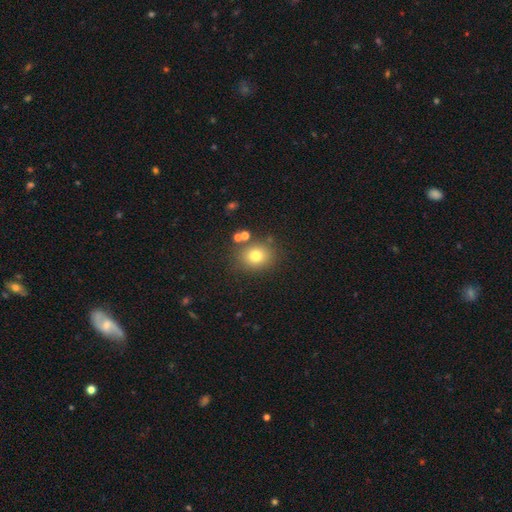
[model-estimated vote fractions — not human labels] Smooth or featured?
  - smooth: 76% *
  - star or artifact: 14%
  - featured or disk: 10%
How rounded?
  - round: 67% *
  - in between: 32%
  - cigar-shaped: 1%
Merging?
  - none: 78% *
  - minor disturbance: 11%
  - merger: 7%
  - major disturbance: 4%